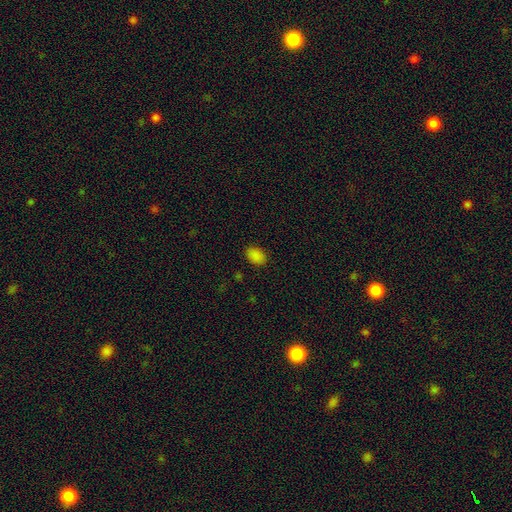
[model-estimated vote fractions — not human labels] smooth_or_featured: smooth (p=0.85) [alt: star or artifact p=0.12]
how_rounded: in between (p=0.80) [alt: round p=0.19]
merging: none (p=0.87) [alt: minor disturbance p=0.10]